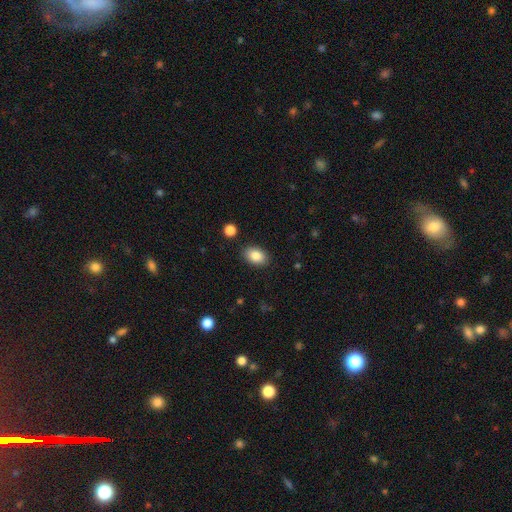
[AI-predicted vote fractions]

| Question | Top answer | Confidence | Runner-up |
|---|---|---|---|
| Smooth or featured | smooth | 85% | star or artifact (8%) |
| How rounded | in between | 83% | round (16%) |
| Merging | none | 88% | minor disturbance (8%) |